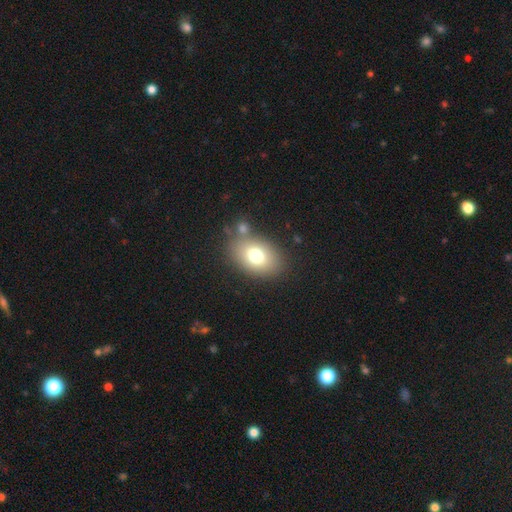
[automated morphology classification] This is likely a smooth galaxy (75%). How rounded: likely in between (78%). Merging: likely none (75%).